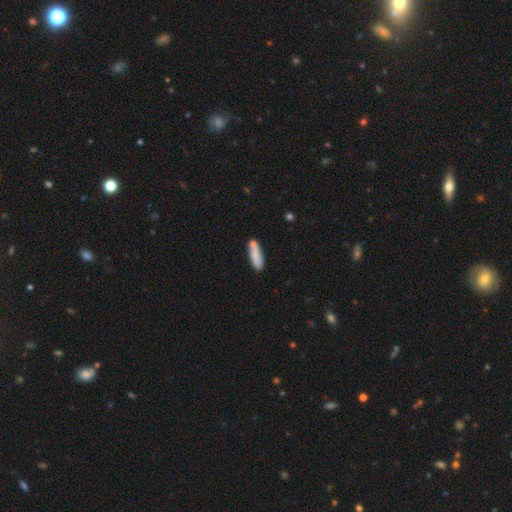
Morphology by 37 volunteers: A smooth galaxy with no disk features (76%) that is cigar-shaped (57%).

Vote fractions:
- Smooth or featured? smooth: 76% / featured or disk: 16% / star or artifact: 8%
- How rounded? cigar-shaped: 57% / in between: 43% / round: 0%
- Merging? none: 74% / merger: 15% / minor disturbance: 9% / major disturbance: 3%